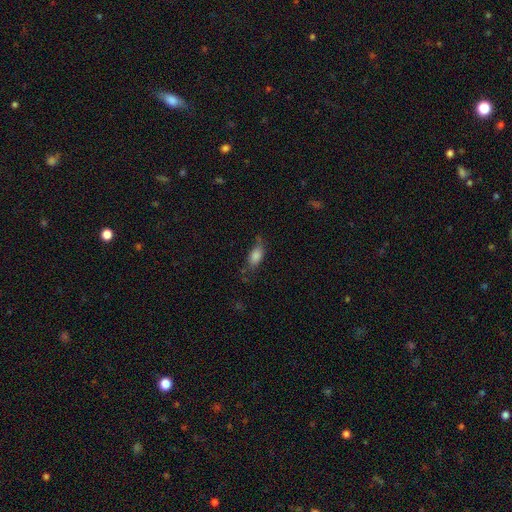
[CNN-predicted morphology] smooth_or_featured: smooth (p=0.82) [alt: featured or disk p=0.10]
how_rounded: in between (p=0.86) [alt: cigar-shaped p=0.10]
merging: none (p=0.59) [alt: minor disturbance p=0.27]